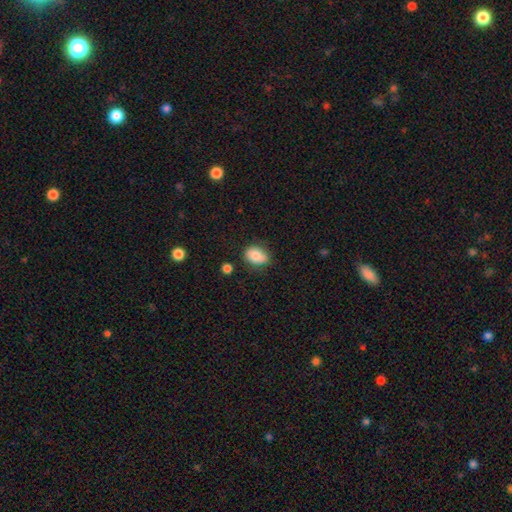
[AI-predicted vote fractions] Smooth or featured: smooth — 82% (featured or disk — 9%)
How rounded: in between — 72% (round — 27%)
Merging: none — 69% (minor disturbance — 23%)